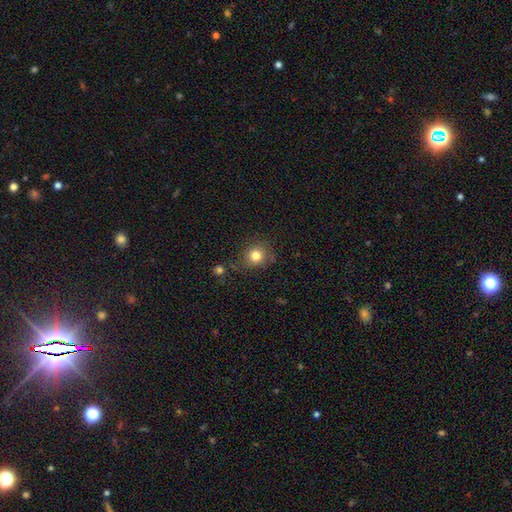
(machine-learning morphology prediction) This appears to be a smooth galaxy with no disk features (81%) that is round (86%). Merging: none (78%).